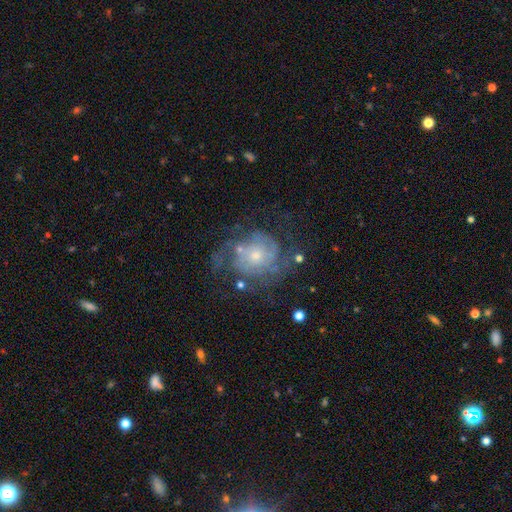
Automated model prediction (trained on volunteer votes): Morphology: type=featured or disk (77%); edge-on=no (98%); bar=no (80%); spiral arms=yes (86%); winding=tight (53%); arm count=can't tell (39%); bulge=small (55%); merging=none (57%).